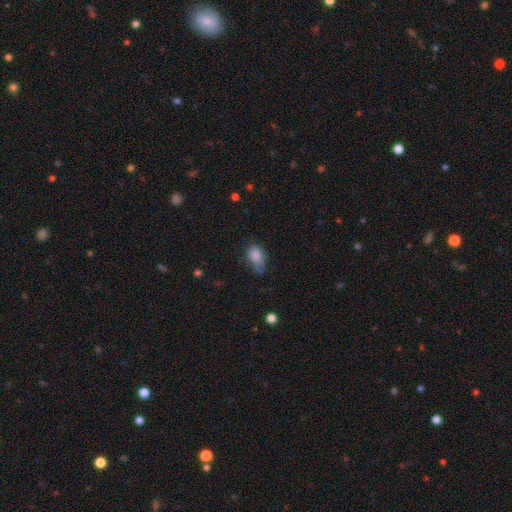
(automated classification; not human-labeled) A smooth galaxy with no disk features (82%) that is in between round and cigar-shaped (81%).

Vote fractions:
- Smooth or featured? smooth: 82% / star or artifact: 9% / featured or disk: 8%
- How rounded? in between: 81% / round: 18% / cigar-shaped: 2%
- Merging? none: 43% / minor disturbance: 38% / major disturbance: 15% / merger: 4%